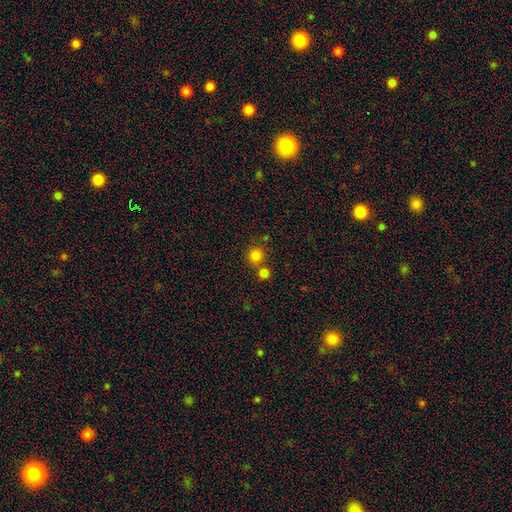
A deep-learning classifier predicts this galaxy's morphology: smooth_or_featured: smooth (p=0.82) [alt: star or artifact p=0.14]
how_rounded: round (p=0.92) [alt: in between p=0.07]
merging: none (p=0.67) [alt: merger p=0.23]